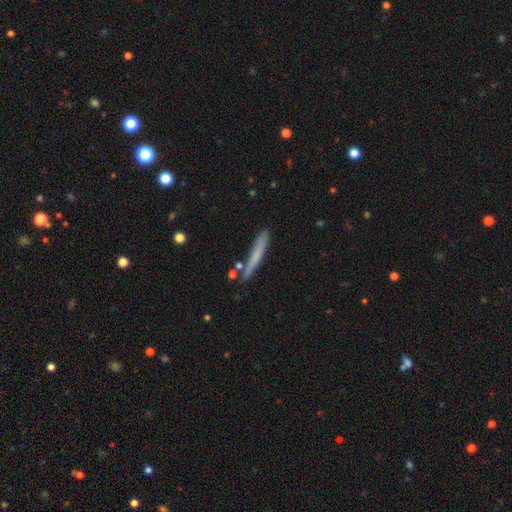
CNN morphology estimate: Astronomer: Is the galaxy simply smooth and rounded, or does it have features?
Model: smooth — 65%.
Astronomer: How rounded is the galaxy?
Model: cigar-shaped — 96%.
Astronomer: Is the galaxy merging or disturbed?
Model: none — 82%.